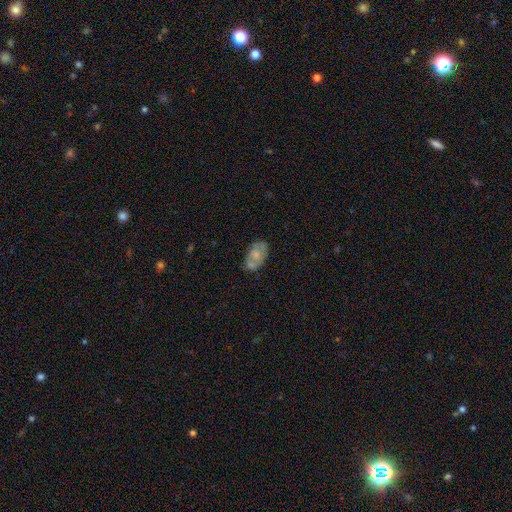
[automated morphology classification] Smooth or featured: smooth — 48% (featured or disk — 44%)
Merging: none — 56% (minor disturbance — 25%)